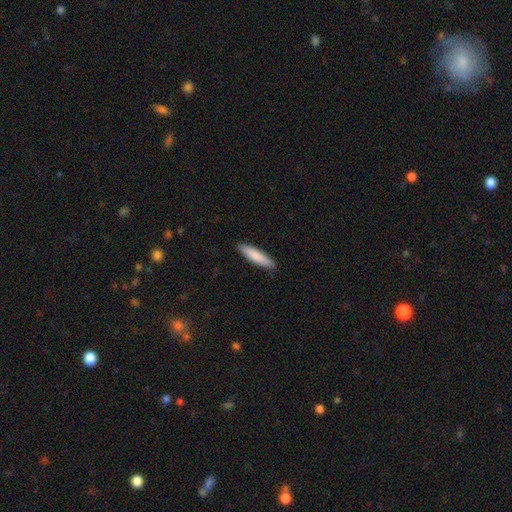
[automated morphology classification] The model was most divided on "how rounded": cigar-shaped: 80%, in between: 18%, round: 1%. More confident: merging — none (90%); smooth or featured — smooth (84%).